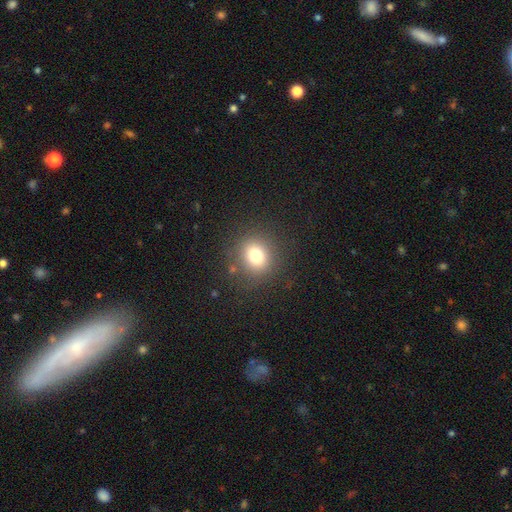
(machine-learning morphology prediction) This appears to be a smooth galaxy with no disk features (76%) that is round (82%). Merging: none (87%).